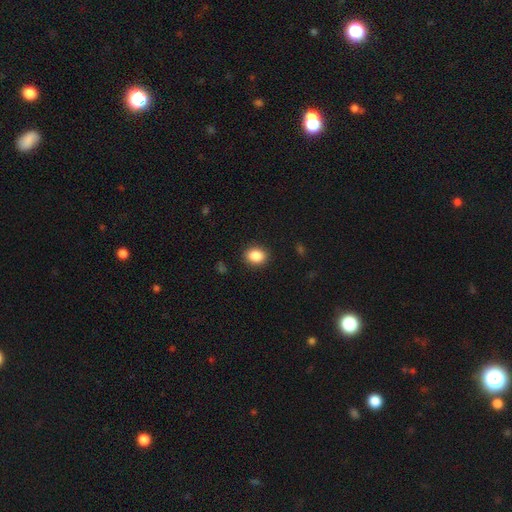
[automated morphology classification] Overall: smooth (86%). How rounded: round (56%; in between 43%). Merging: none (90%).